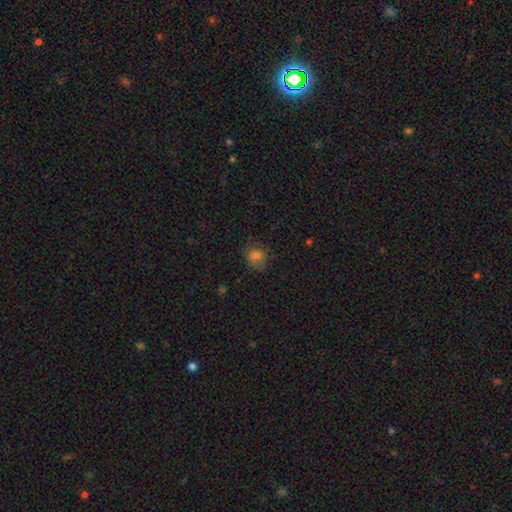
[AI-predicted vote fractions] smooth-or-featured: smooth: 73% | star or artifact: 17% | featured or disk: 10%
  how-rounded: round: 61% | in between: 38% | cigar-shaped: 1%
  merging: none: 67% | minor disturbance: 22% | major disturbance: 10% | merger: 2%